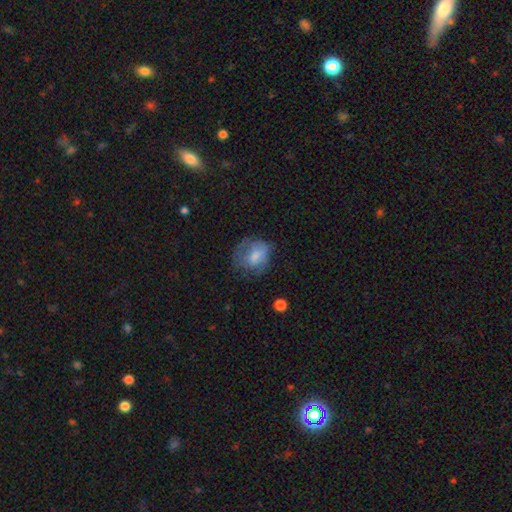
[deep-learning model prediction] A smooth galaxy with no disk features (61%) that is round (59%).

Vote fractions:
- Smooth or featured? smooth: 61% / featured or disk: 29% / star or artifact: 9%
- How rounded? round: 59% / in between: 40% / cigar-shaped: 1%
- Merging? none: 42% / major disturbance: 28% / minor disturbance: 28% / merger: 2%